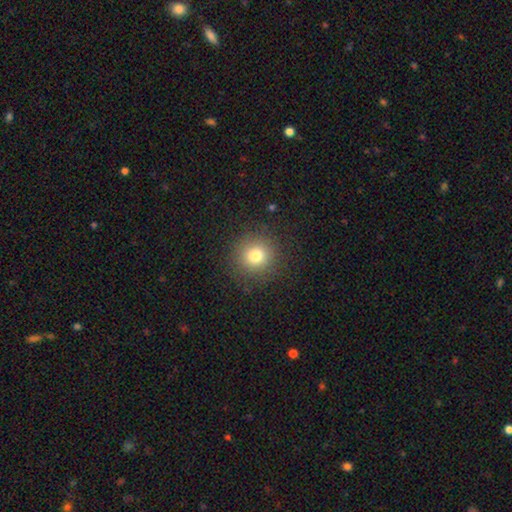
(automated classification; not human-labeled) Smooth or featured: smooth — 78% (star or artifact — 14%)
How rounded: round — 94% (in between — 6%)
Merging: none — 89% (minor disturbance — 7%)